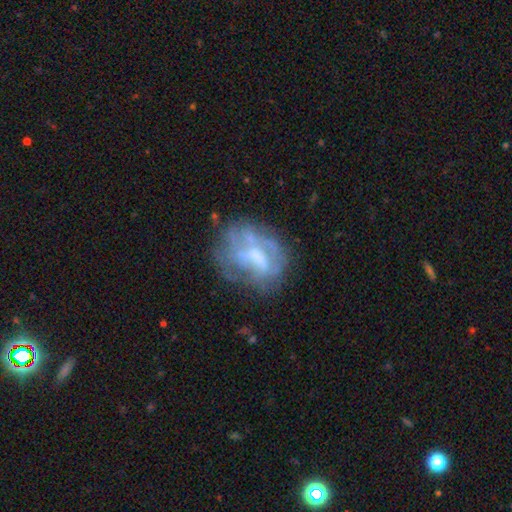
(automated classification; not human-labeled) This is likely a featured or disk galaxy (64%). It is clearly not viewed edge-on (97%). Bar: marginally no (43%). Spiral arm pattern: likely no (63%). Central bulge: marginally moderate (41%). Merging: possibly none (51%).